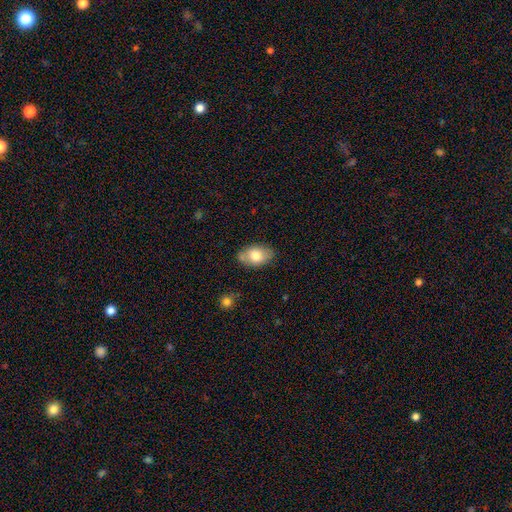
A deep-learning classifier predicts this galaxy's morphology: Smooth or featured? smooth (74%)
How rounded? in between (90%)
Merging? none (73%)